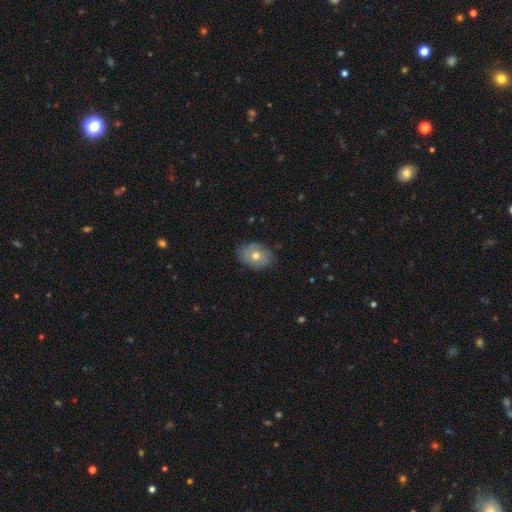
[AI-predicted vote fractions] Smooth or featured? Predicted: smooth (p=0.57). How rounded? Predicted: in between (p=0.72). Merging? Predicted: none (p=0.81).